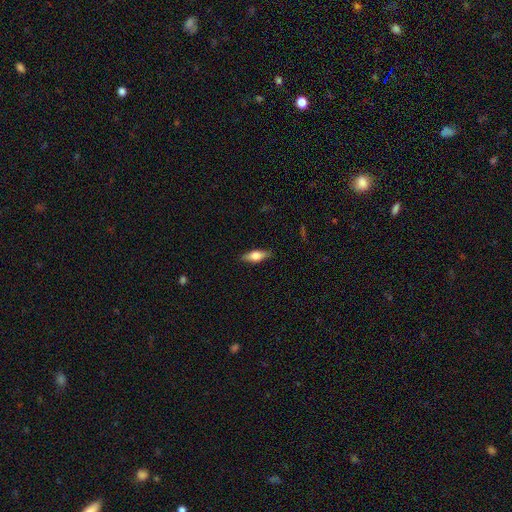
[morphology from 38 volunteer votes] Overall: featured or disk (50%; smooth 45%). Edge-on disk: yes (100%). Edge-on bulge: rounded (100%). Merging: none (89%).